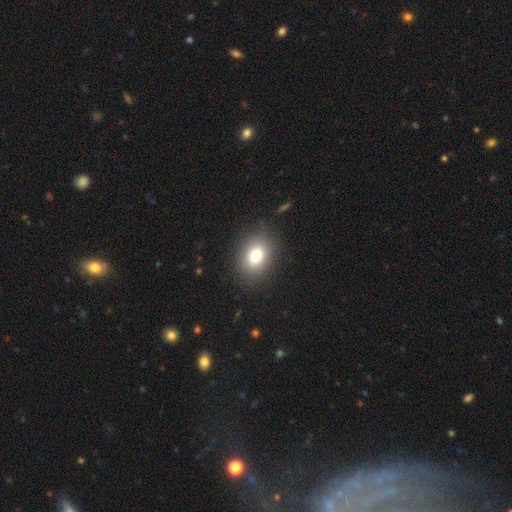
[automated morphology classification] A smooth galaxy with no disk features (76%) that is in between round and cigar-shaped (55%).

Vote fractions:
- Smooth or featured? smooth: 76% / featured or disk: 12% / star or artifact: 11%
- How rounded? in between: 55% / round: 44% / cigar-shaped: 1%
- Merging? none: 87% / minor disturbance: 9% / major disturbance: 4% / merger: 1%